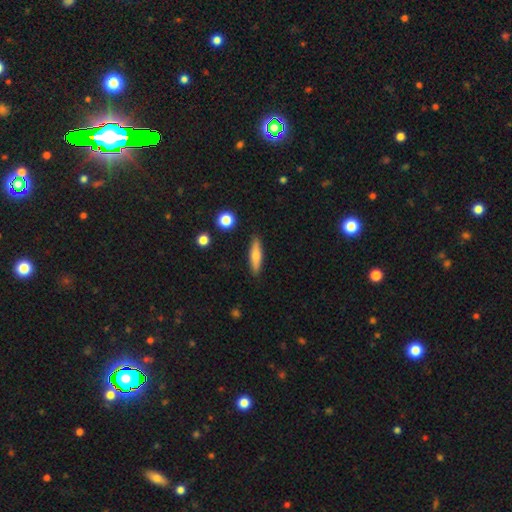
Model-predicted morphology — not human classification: Smooth or featured? Predicted: smooth (p=0.70). How rounded? Predicted: cigar-shaped (p=0.74). Merging? Predicted: none (p=0.88).